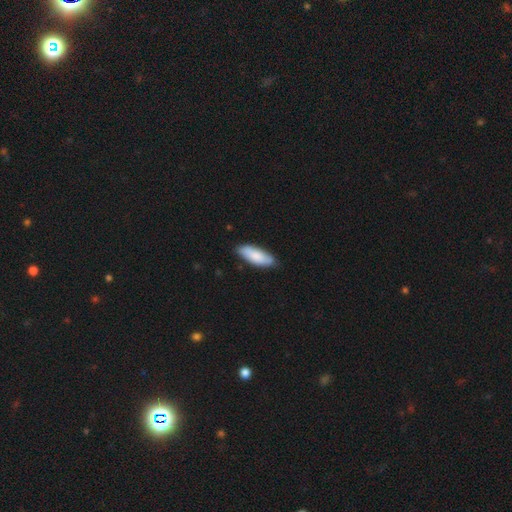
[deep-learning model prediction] A smooth galaxy with no disk features (83%) that is in between round and cigar-shaped (72%). Merging: none (81%).